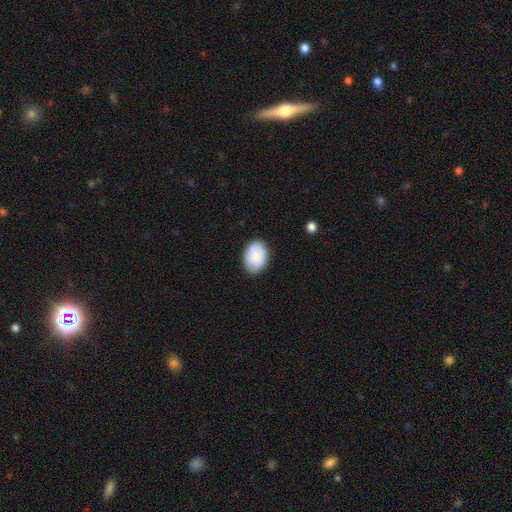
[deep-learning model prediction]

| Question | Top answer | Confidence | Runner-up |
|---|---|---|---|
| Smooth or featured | smooth | 82% | featured or disk (12%) |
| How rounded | in between | 81% | round (18%) |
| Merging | none | 83% | minor disturbance (14%) |